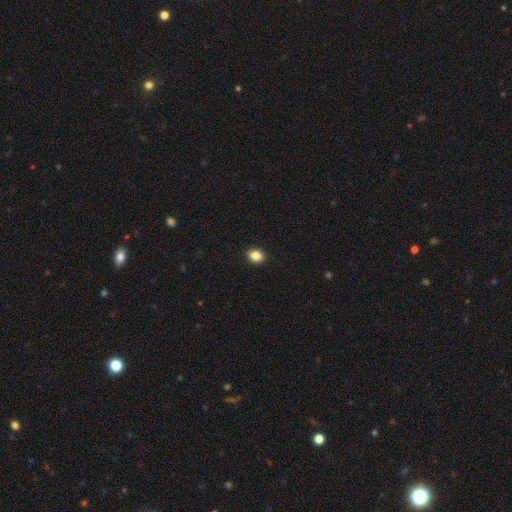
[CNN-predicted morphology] type=smooth (86%); roundness=round (53%); merging=none (92%).